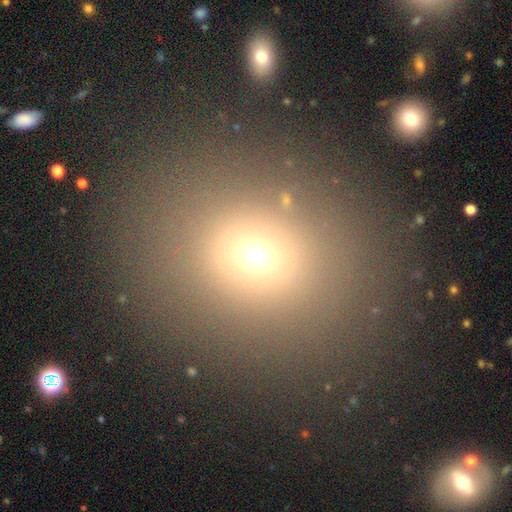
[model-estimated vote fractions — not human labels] Smooth or featured: smooth — 68% (star or artifact — 22%)
How rounded: round — 68% (in between — 31%)
Merging: none — 83% (minor disturbance — 9%)